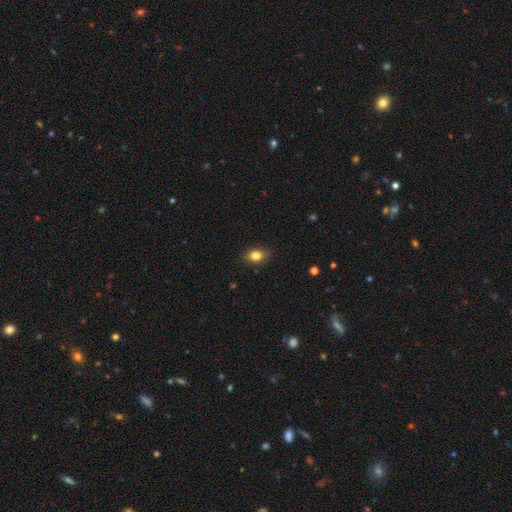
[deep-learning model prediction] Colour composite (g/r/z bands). It shows a smooth galaxy with no disk features (84%) that is in between round and cigar-shaped (71%). Merging: none (84%).